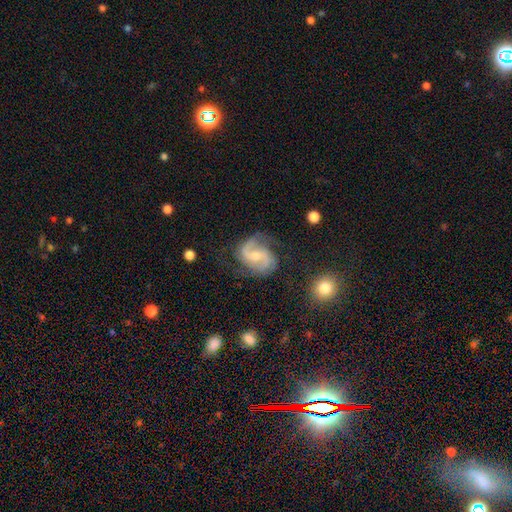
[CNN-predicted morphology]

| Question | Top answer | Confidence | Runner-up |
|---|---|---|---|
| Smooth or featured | featured or disk | 88% | smooth (7%) |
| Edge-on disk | no | 98% | yes (2%) |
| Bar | weak | 51% | no (33%) |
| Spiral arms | yes | 97% | no (3%) |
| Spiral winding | medium | 55% | loose (25%) |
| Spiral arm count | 2 | 88% | can't tell (4%) |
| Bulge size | moderate | 46% | small (45%) |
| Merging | none | 68% | minor disturbance (20%) |